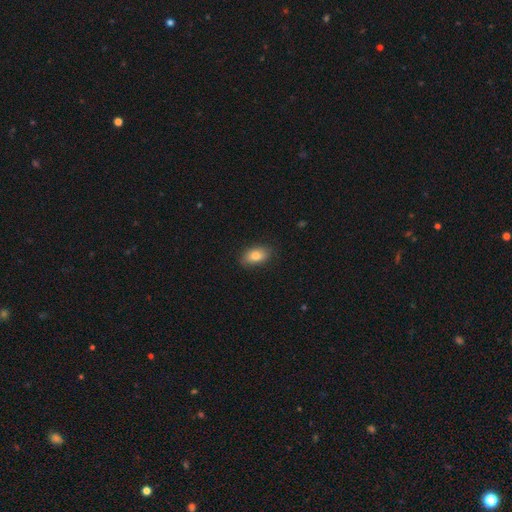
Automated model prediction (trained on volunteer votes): The model was most divided on "smooth or featured": smooth: 81%, featured or disk: 11%, star or artifact: 8%. More confident: how rounded — in between (88%); merging — none (85%).